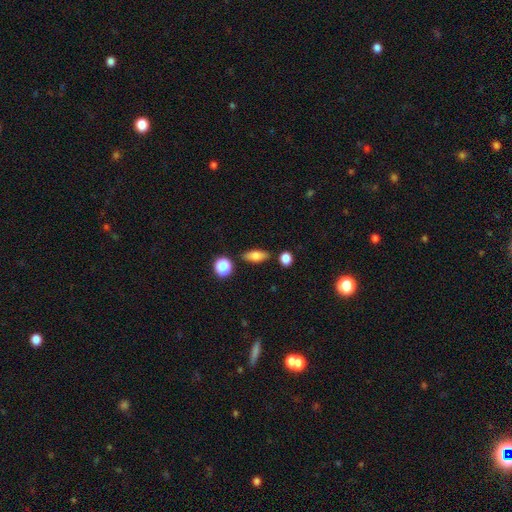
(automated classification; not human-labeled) smooth 77%, featured or disk 14%, star or artifact 9%. Down the decision tree: how rounded — in between (74%); merging — none (83%).